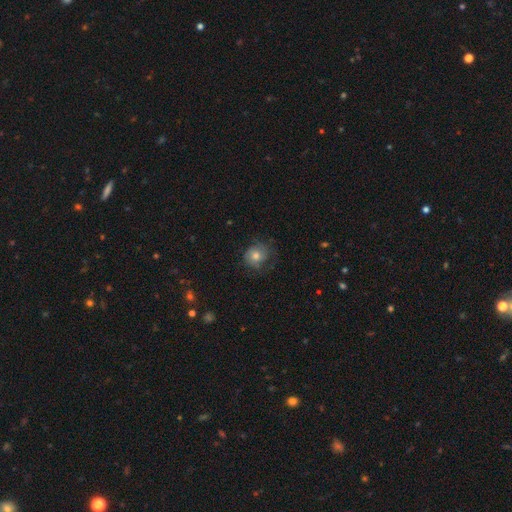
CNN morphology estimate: smooth 54%, featured or disk 35%, star or artifact 11%. Down the decision tree: how rounded — round (80%); merging — none (68%).